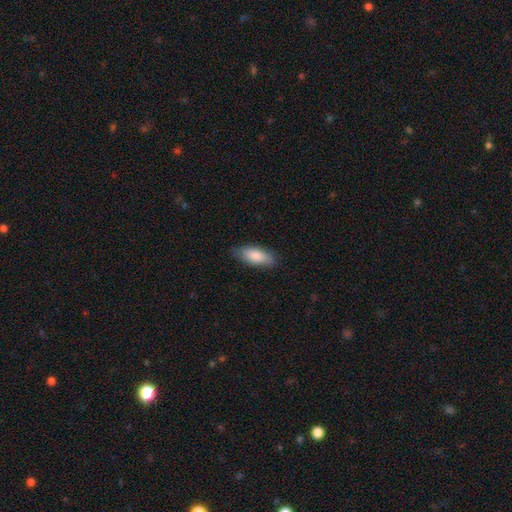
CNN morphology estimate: type=smooth (85%); roundness=in between (80%); merging=none (81%).